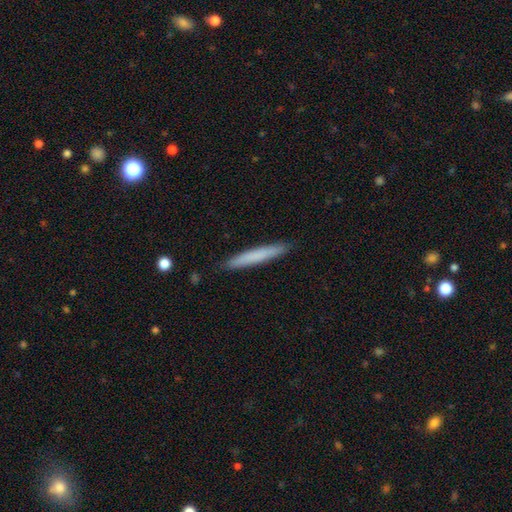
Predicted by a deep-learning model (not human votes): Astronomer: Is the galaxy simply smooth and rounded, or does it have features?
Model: smooth — 73%.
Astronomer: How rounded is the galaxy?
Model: cigar-shaped — 96%.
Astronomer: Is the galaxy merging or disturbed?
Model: none — 90%.